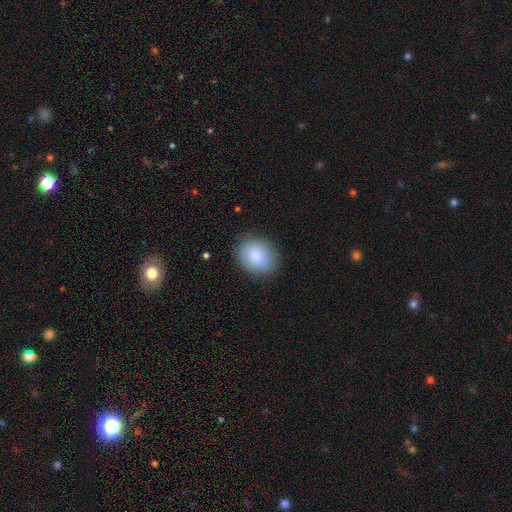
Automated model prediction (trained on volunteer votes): smooth 81%, featured or disk 12%, star or artifact 8%. Down the decision tree: how rounded — in between (55%); merging — none (85%).